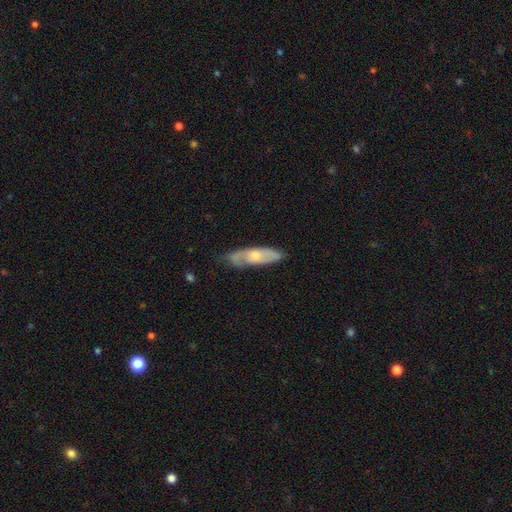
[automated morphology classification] Smooth or featured?
  - featured or disk: 52% *
  - smooth: 42%
  - star or artifact: 6%
Edge-on disk?
  - no: 68% *
  - yes: 32%
Merging?
  - none: 66% *
  - minor disturbance: 25%
  - major disturbance: 6%
  - merger: 2%